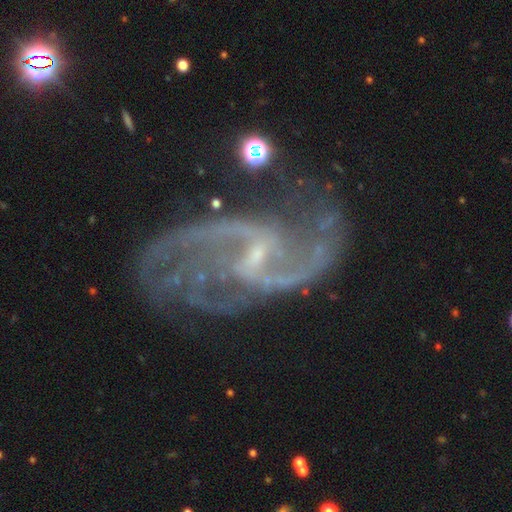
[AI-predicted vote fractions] This appears to be a featured or disk galaxy (91%) with a weak bar (53%), 2 (71%) loose (49%) spiral arms (97%) and a small central bulge (77%). Merging: none (64%).